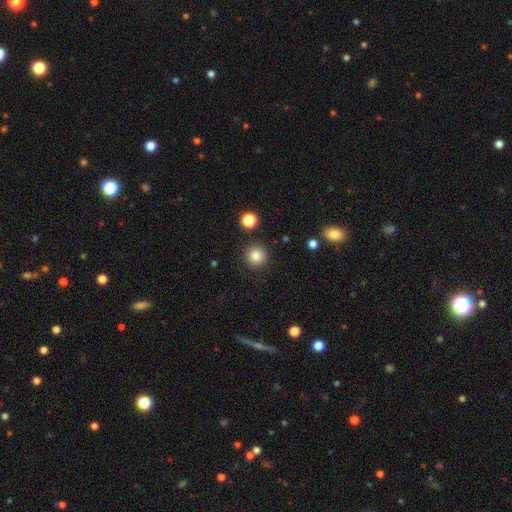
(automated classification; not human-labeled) Smooth or featured: smooth — 84% (star or artifact — 10%)
How rounded: round — 95% (in between — 4%)
Merging: none — 90% (minor disturbance — 6%)